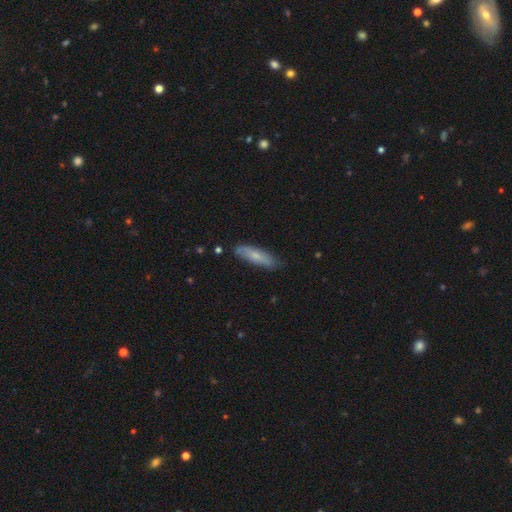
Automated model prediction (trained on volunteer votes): smooth_or_featured: smooth (p=0.66) [alt: featured or disk p=0.28]
how_rounded: cigar-shaped (p=0.66) [alt: in between p=0.32]
merging: none (p=0.79) [alt: minor disturbance p=0.16]